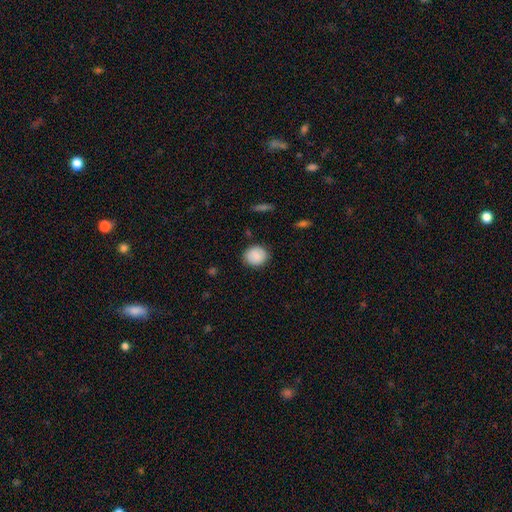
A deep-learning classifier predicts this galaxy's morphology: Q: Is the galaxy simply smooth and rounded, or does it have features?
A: smooth — 87%.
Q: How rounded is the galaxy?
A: round — 74%.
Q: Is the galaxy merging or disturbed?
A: none — 86%.